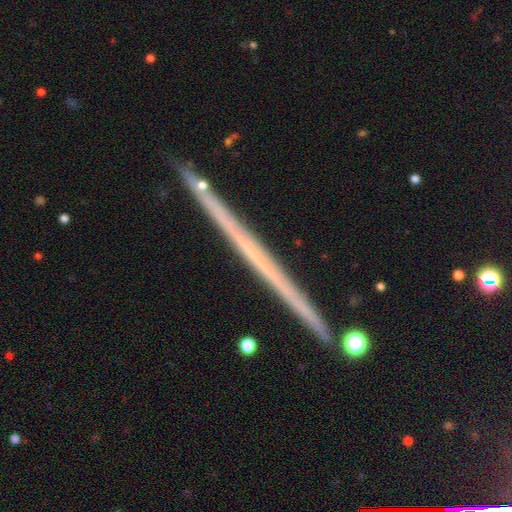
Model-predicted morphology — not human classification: Smooth or featured?
  - featured or disk: 67% *
  - smooth: 20%
  - star or artifact: 13%
Edge-on disk?
  - yes: 97% *
  - no: 3%
Edge-on bulge?
  - none: 89% *
  - rounded: 7%
  - boxy: 4%
Merging?
  - none: 88% *
  - minor disturbance: 8%
  - merger: 2%
  - major disturbance: 2%